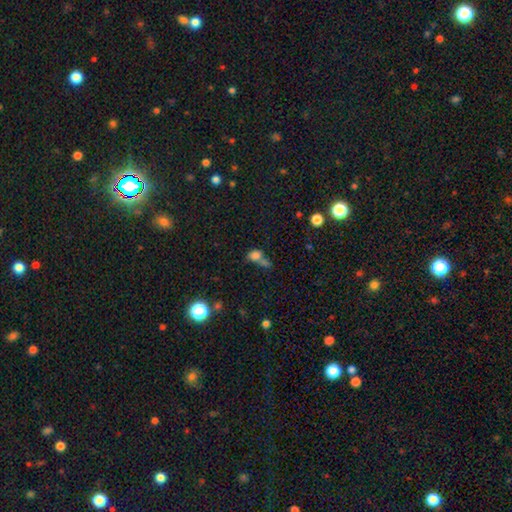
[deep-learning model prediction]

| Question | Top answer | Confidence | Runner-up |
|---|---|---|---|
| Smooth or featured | smooth | 71% | star or artifact (18%) |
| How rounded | in between | 62% | round (35%) |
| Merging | merger | 51% | none (25%) |